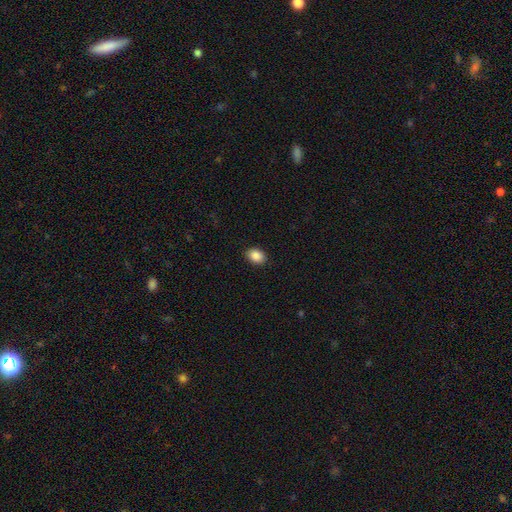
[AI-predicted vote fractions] The model was most divided on "how rounded": in between: 72%, round: 27%, cigar-shaped: 1%. More confident: merging — none (90%); smooth or featured — smooth (88%).